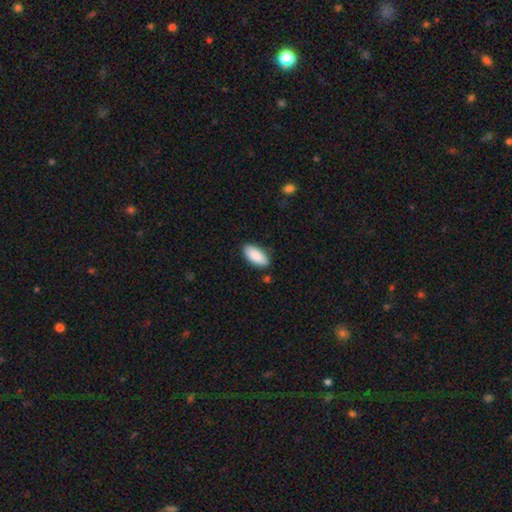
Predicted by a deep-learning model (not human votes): Q: Smooth or featured?
A: smooth (89%); runner-up: star or artifact (6%)
Q: How rounded?
A: in between (90%); runner-up: cigar-shaped (9%)
Q: Merging?
A: none (83%); runner-up: minor disturbance (13%)